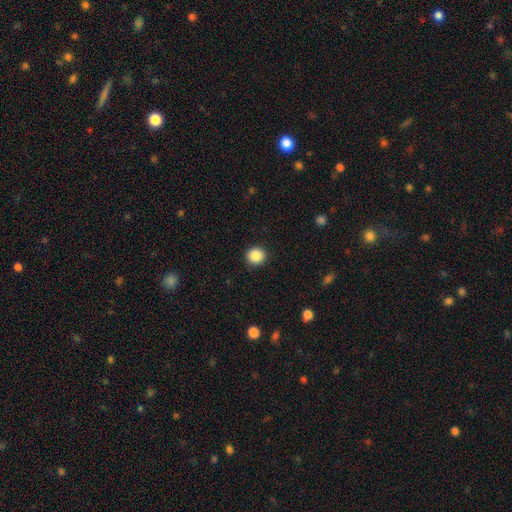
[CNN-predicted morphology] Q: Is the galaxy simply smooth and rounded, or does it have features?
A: smooth — 87%.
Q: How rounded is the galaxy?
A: round — 90%.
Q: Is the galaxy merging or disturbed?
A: none — 92%.